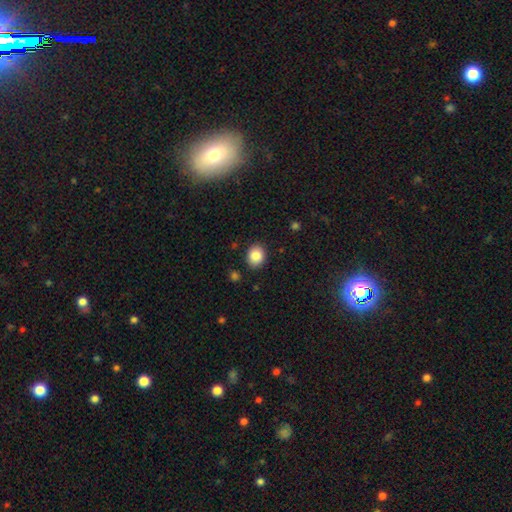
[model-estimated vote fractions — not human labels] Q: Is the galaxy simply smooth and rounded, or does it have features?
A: smooth — 86%.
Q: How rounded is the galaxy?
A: round — 58%.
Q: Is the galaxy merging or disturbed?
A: none — 88%.